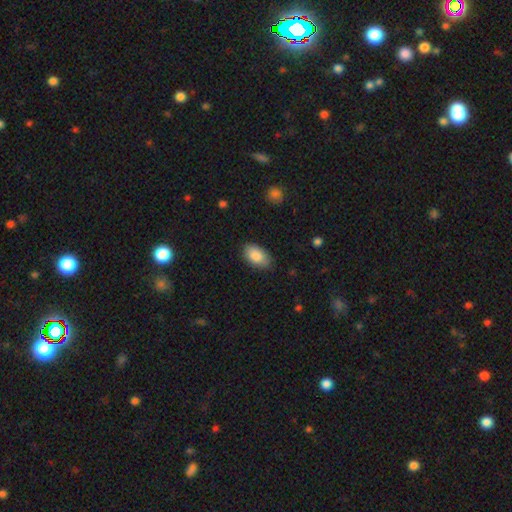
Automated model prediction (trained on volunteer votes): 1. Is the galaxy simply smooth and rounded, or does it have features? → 87% smooth, 7% featured or disk, 6% star or artifact.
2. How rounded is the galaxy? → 94% in between, 4% round, 2% cigar-shaped.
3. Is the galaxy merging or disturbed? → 80% none, 16% minor disturbance, 3% major disturbance, 1% merger.